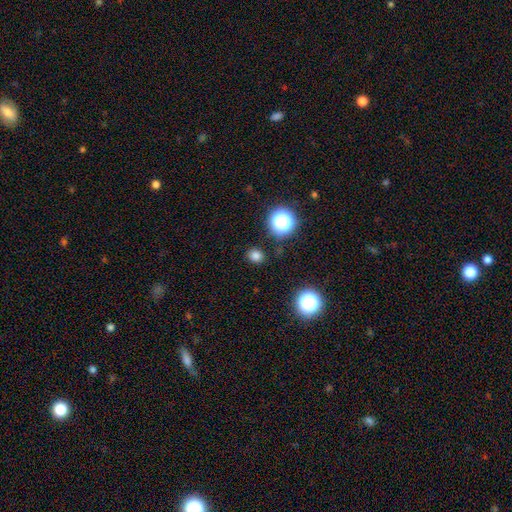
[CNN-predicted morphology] The model was most divided on "how rounded": round: 72%, in between: 27%, cigar-shaped: 1%. More confident: merging — none (87%); smooth or featured — smooth (77%).